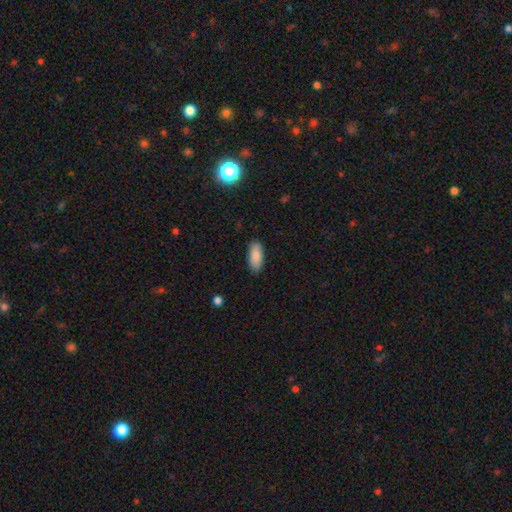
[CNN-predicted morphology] This appears to be a smooth galaxy with no disk features (87%) that is in between round and cigar-shaped (82%). Merging: none (87%).